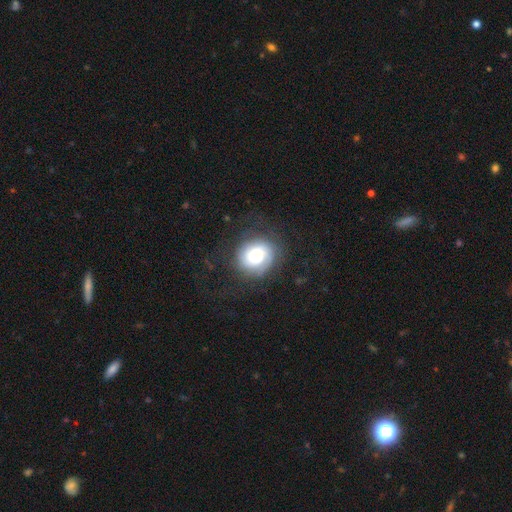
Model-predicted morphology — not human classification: A featured or disk galaxy (50%). Merging: none (69%).